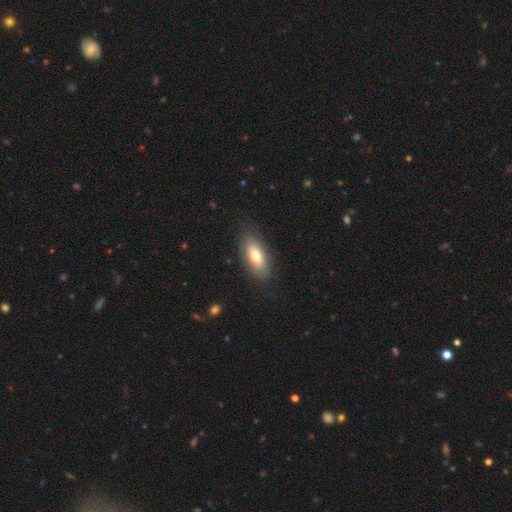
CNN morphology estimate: Smooth or featured? Predicted: smooth (p=0.71). How rounded? Predicted: in between (p=0.82). Merging? Predicted: none (p=0.80).